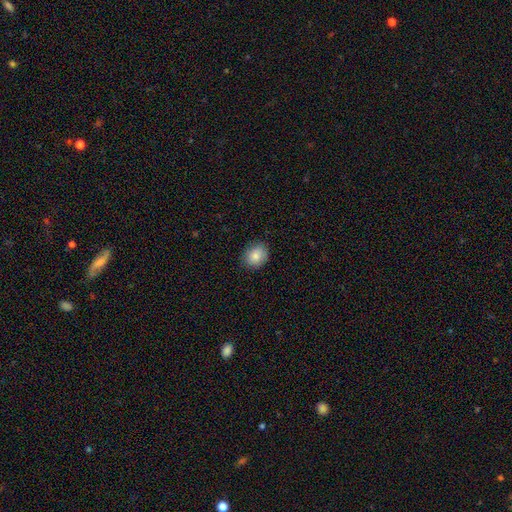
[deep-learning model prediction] smooth 85%, star or artifact 8%, featured or disk 7%. Down the decision tree: how rounded — round (53%); merging — none (85%).